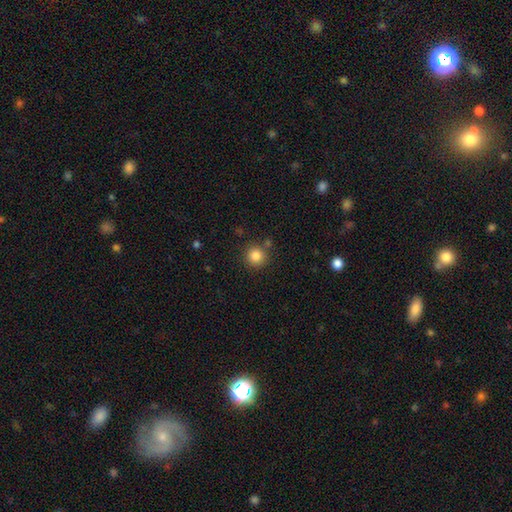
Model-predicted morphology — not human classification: Overall: smooth (84%). How rounded: round (94%). Merging: none (84%).